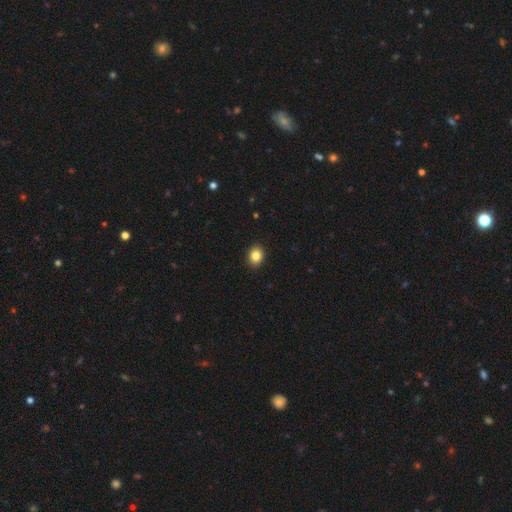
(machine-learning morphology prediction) smooth-or-featured: smooth: 85% | star or artifact: 10% | featured or disk: 5%
  how-rounded: round: 58% | in between: 42% | cigar-shaped: 1%
  merging: none: 91% | minor disturbance: 6% | major disturbance: 2% | merger: 1%